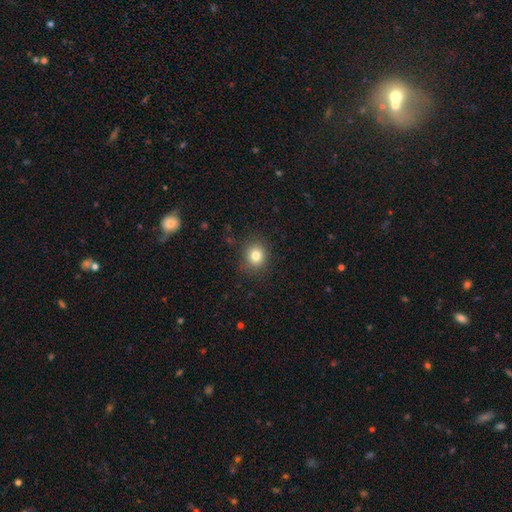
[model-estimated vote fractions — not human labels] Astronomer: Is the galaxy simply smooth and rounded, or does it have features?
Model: smooth — 80%.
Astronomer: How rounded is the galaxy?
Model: round — 80%.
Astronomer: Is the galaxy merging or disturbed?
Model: none — 87%.